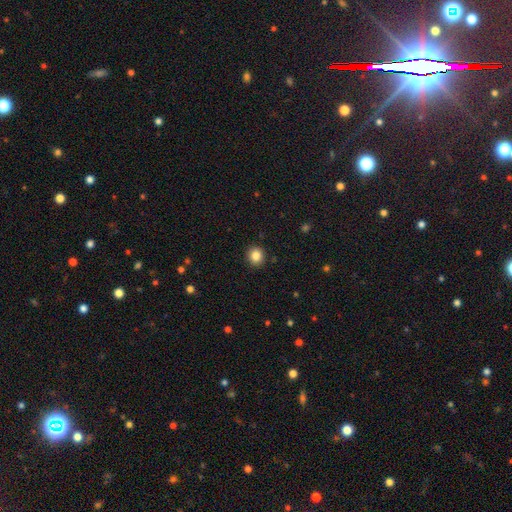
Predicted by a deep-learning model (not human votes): Smooth or featured: smooth — 84% (star or artifact — 10%)
How rounded: round — 87% (in between — 12%)
Merging: none — 92% (minor disturbance — 5%)